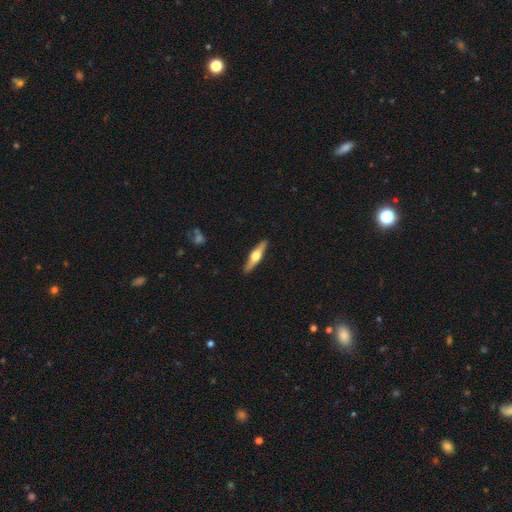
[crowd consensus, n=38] Volunteers were most divided on "smooth or featured": featured or disk: 63%, smooth: 34%, star or artifact: 3%. More confident: edge-on bulge — rounded (100%); edge-on disk — yes (96%); merging — none (95%).